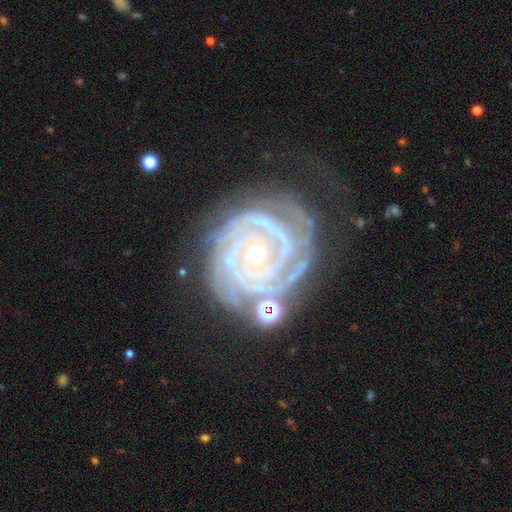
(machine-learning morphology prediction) Smooth or featured? featured or disk (90%)
Edge-on disk? no (97%)
Bar? no (72%)
Spiral arms? yes (98%)
Spiral winding? tight (87%)
Spiral arm count? 2 (28%)
Bulge size? small (56%)
Merging? none (63%)